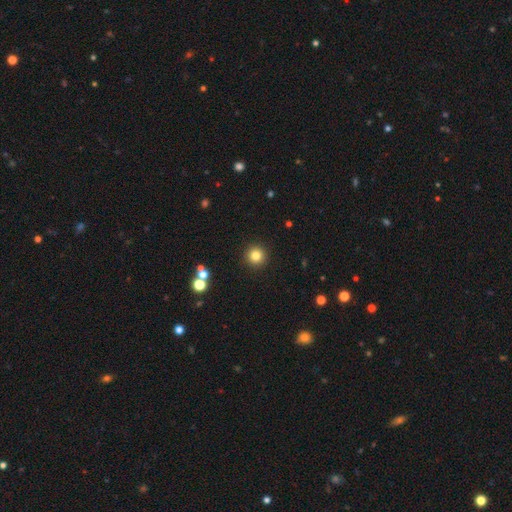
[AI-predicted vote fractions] smooth 81%, star or artifact 13%, featured or disk 7%. Down the decision tree: how rounded — round (96%); merging — none (91%).